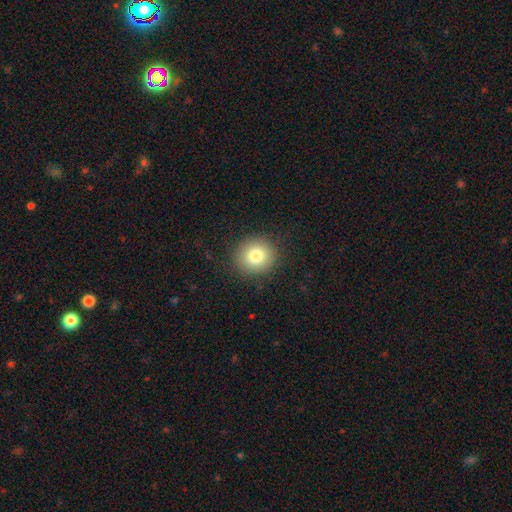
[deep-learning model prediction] The model was most divided on "smooth or featured": smooth: 80%, star or artifact: 10%, featured or disk: 9%. More confident: merging — none (89%); how rounded — round (88%).